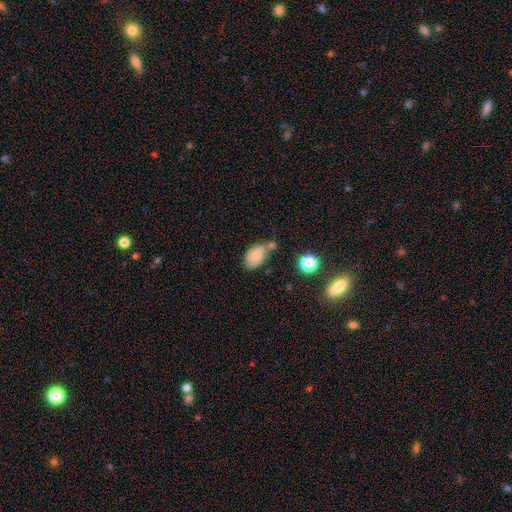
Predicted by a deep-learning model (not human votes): A smooth galaxy with no disk features (77%) that is in between round and cigar-shaped (88%).

Vote fractions:
- Smooth or featured? smooth: 77% / featured or disk: 13% / star or artifact: 10%
- How rounded? in between: 88% / round: 10% / cigar-shaped: 1%
- Merging? none: 43% / merger: 25% / minor disturbance: 24% / major disturbance: 8%